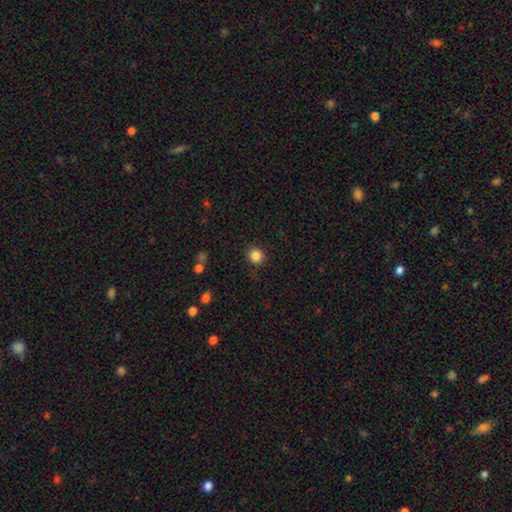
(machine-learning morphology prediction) A smooth galaxy with no disk features (85%) that is round (89%).

Vote fractions:
- Smooth or featured? smooth: 85% / star or artifact: 11% / featured or disk: 4%
- How rounded? round: 89% / in between: 10% / cigar-shaped: 1%
- Merging? none: 89% / minor disturbance: 7% / major disturbance: 2% / merger: 1%